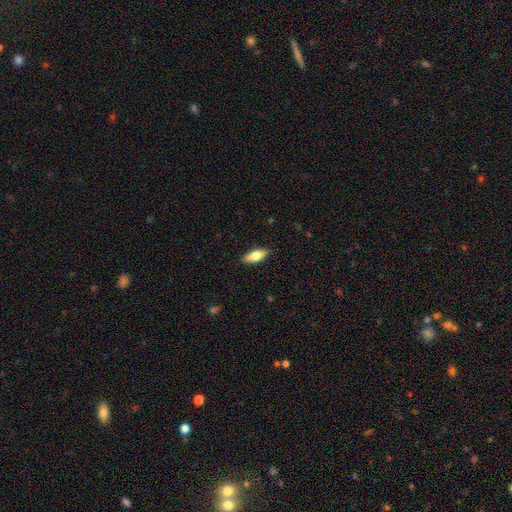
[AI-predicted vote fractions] This appears to be a smooth galaxy with no disk features (68%) that is in between round and cigar-shaped (74%). Merging: none (88%).